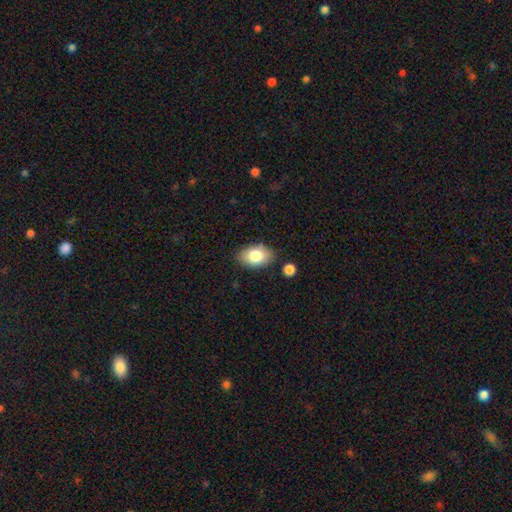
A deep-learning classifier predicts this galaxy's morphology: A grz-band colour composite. It shows a smooth galaxy with no disk features (81%) that is in between round and cigar-shaped (88%). Merging: none (83%).